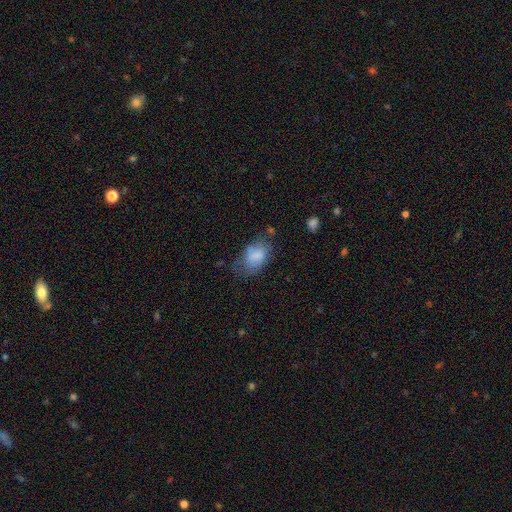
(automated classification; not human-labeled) Smooth or featured?
  - smooth: 70% *
  - featured or disk: 21%
  - star or artifact: 9%
How rounded?
  - in between: 88% *
  - round: 10%
  - cigar-shaped: 2%
Merging?
  - none: 44% *
  - minor disturbance: 31%
  - major disturbance: 19%
  - merger: 6%